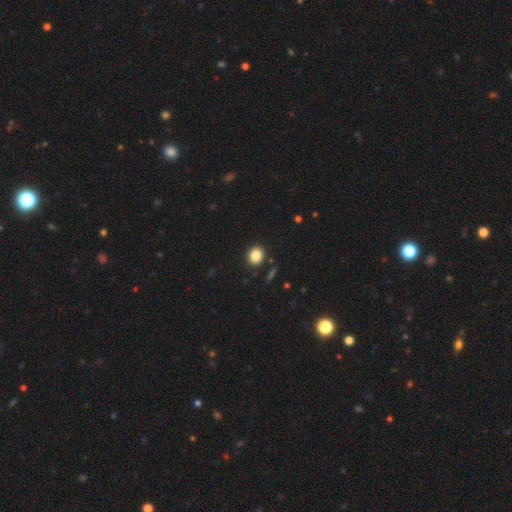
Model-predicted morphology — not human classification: The model was most divided on "how rounded": round: 70%, in between: 29%, cigar-shaped: 1%. More confident: merging — none (89%); smooth or featured — smooth (85%).